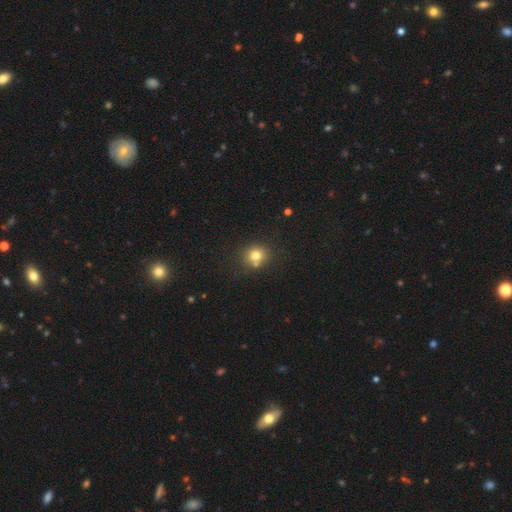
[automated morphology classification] Smooth or featured? smooth (76%)
How rounded? round (79%)
Merging? none (69%)